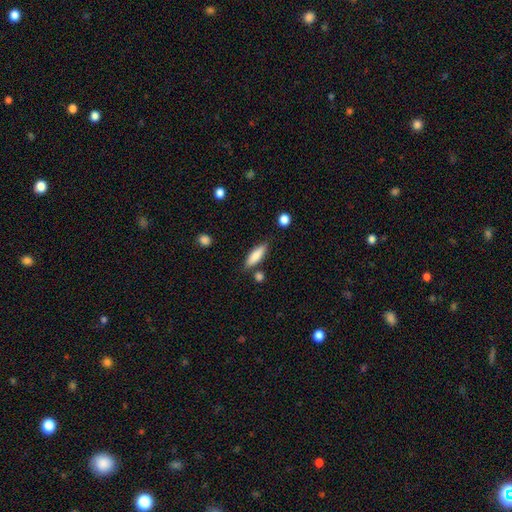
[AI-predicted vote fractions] Q: Smooth or featured?
A: smooth (81%); runner-up: featured or disk (13%)
Q: How rounded?
A: cigar-shaped (53%); runner-up: in between (45%)
Q: Merging?
A: none (79%); runner-up: minor disturbance (12%)